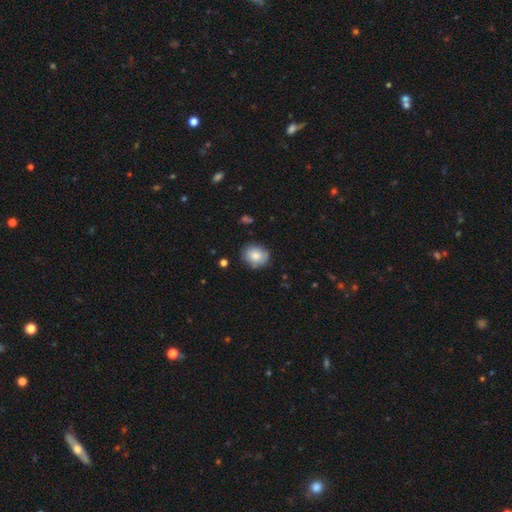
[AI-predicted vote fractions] Q: Smooth or featured?
A: smooth (81%); runner-up: featured or disk (11%)
Q: How rounded?
A: round (58%); runner-up: in between (41%)
Q: Merging?
A: none (78%); runner-up: minor disturbance (17%)